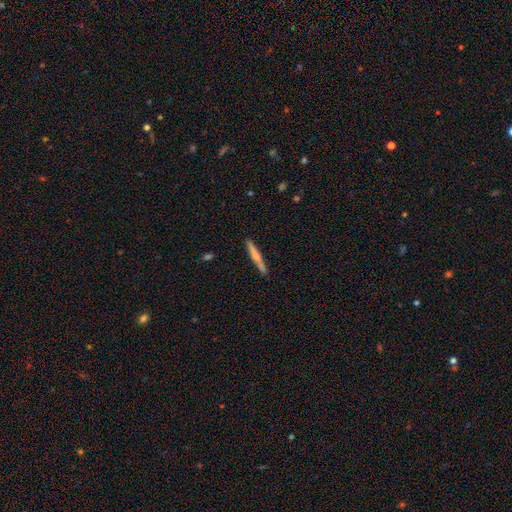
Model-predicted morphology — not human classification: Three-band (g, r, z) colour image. It shows a smooth galaxy with no disk features (58%) that is cigar-shaped (95%). Merging: none (87%).